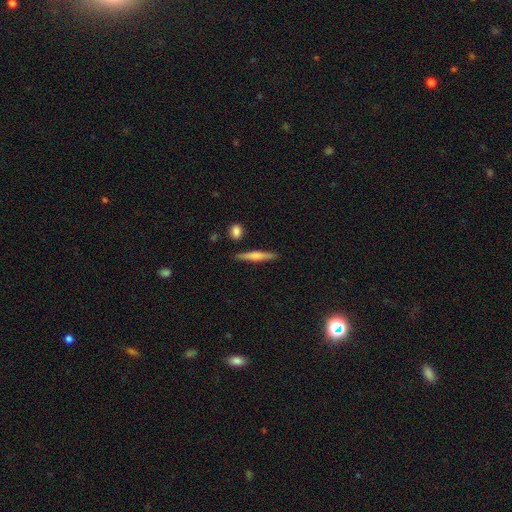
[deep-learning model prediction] Overall: smooth (59%; featured or disk 35%). How rounded: cigar-shaped (92%). Merging: none (87%).